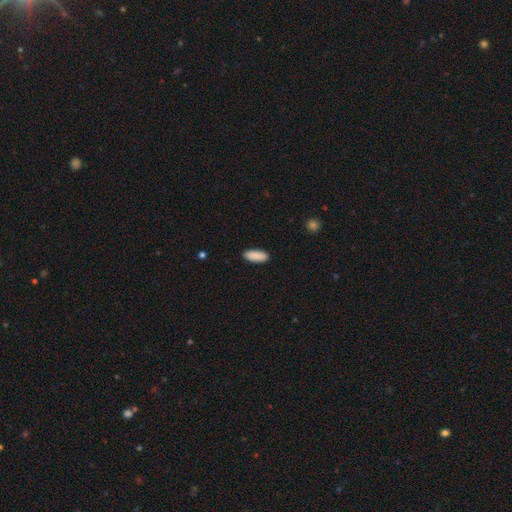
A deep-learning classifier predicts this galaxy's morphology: type=smooth (91%); roundness=in between (78%); merging=none (90%).